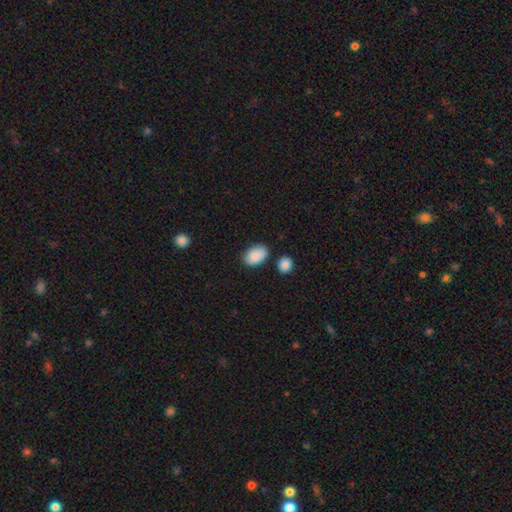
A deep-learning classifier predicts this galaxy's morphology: smooth-or-featured: smooth: 89% | star or artifact: 6% | featured or disk: 5%
  how-rounded: in between: 89% | round: 10% | cigar-shaped: 1%
  merging: none: 75% | minor disturbance: 15% | merger: 6% | major disturbance: 3%